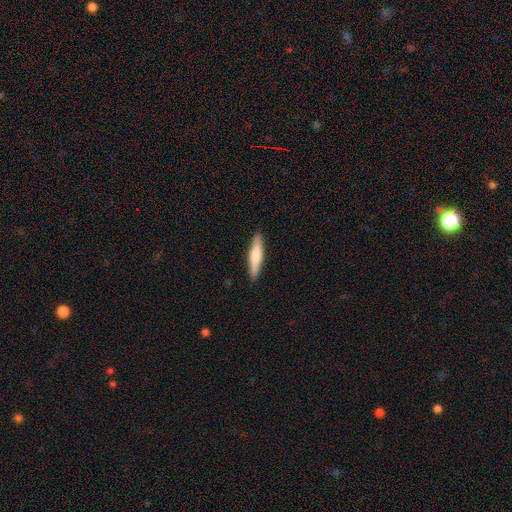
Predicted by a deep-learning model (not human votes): smooth 64%, featured or disk 30%, star or artifact 5%. Down the decision tree: how rounded — cigar-shaped (83%); merging — none (90%).